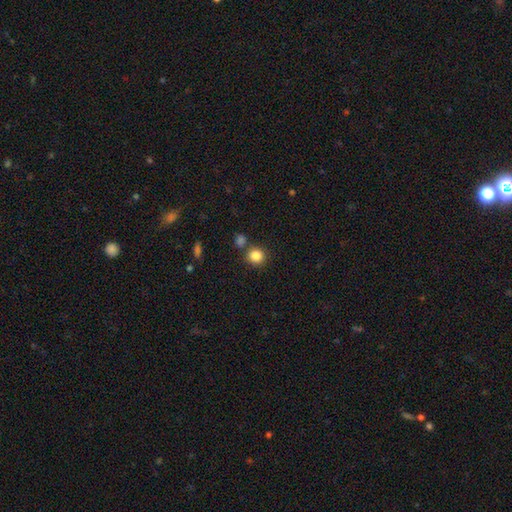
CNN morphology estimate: A smooth galaxy with no disk features (85%) that is round (87%). Merging: none (77%).